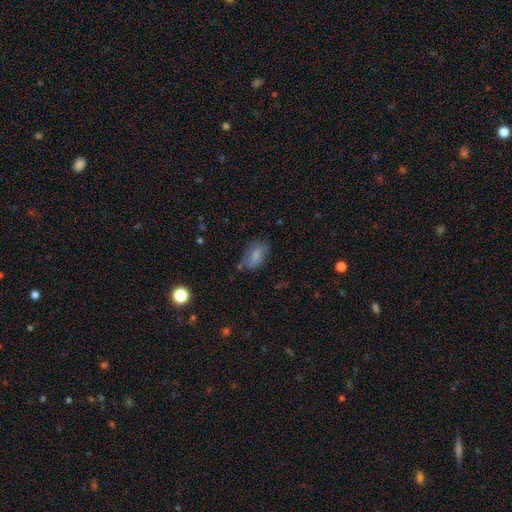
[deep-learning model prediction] Smooth or featured: smooth — 72% (featured or disk — 19%)
How rounded: in between — 89% (round — 6%)
Merging: none — 58% (minor disturbance — 27%)